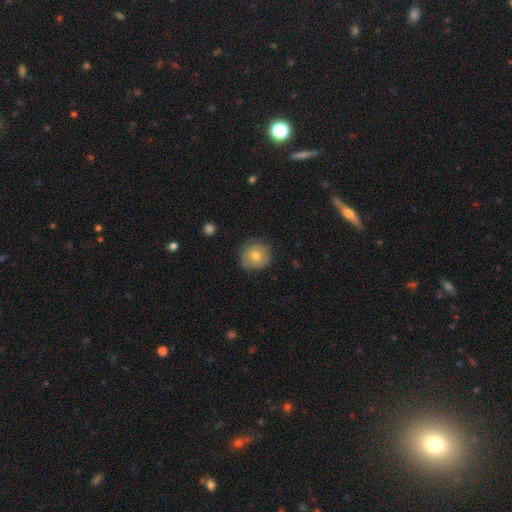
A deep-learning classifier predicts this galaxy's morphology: Overall: smooth (71%). How rounded: round (92%). Merging: none (80%).